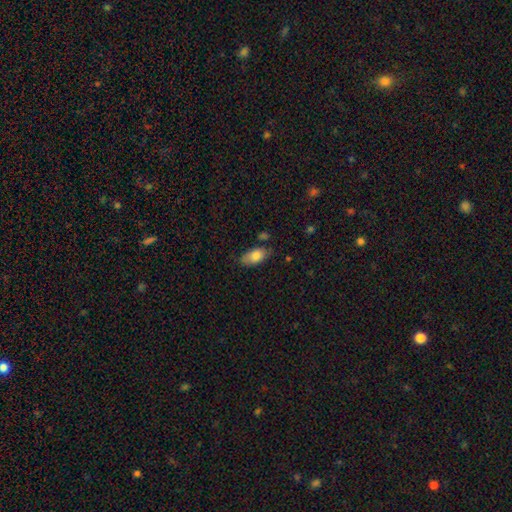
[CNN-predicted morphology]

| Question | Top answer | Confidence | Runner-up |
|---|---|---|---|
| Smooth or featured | smooth | 79% | featured or disk (14%) |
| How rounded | in between | 91% | cigar-shaped (6%) |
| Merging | none | 68% | minor disturbance (23%) |